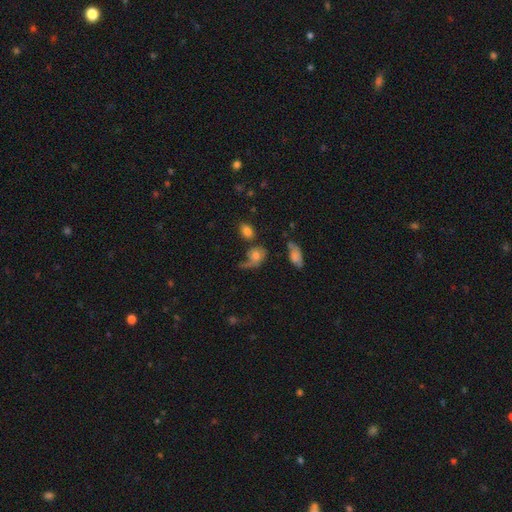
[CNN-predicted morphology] Overall: smooth (61%; featured or disk 27%). How rounded: in between (53%; round 44%). Merging: major disturbance (32%, tied with none).